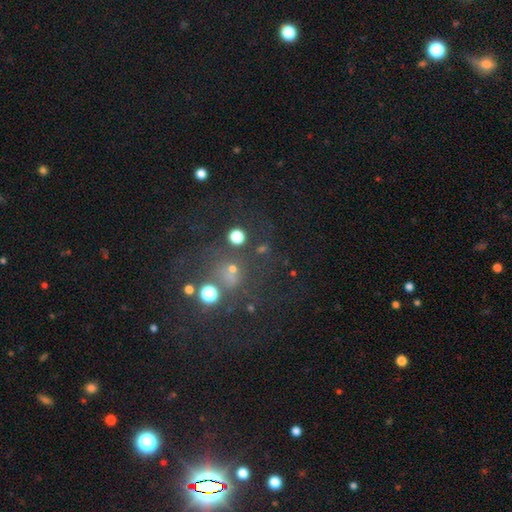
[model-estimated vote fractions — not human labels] smooth_or_featured: star or artifact (p=0.61) [alt: smooth p=0.24]